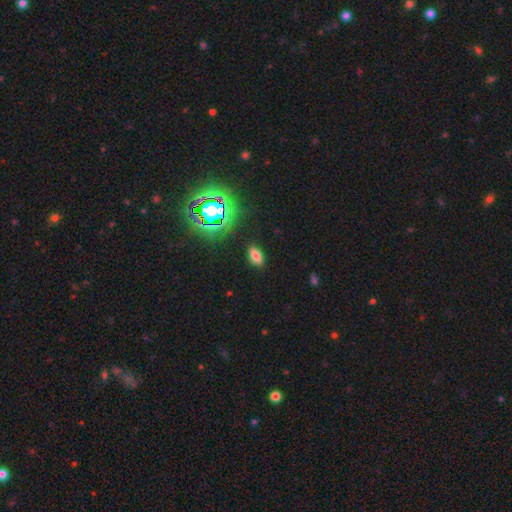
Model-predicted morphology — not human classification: Smooth or featured? smooth (71%)
How rounded? in between (89%)
Merging? none (88%)